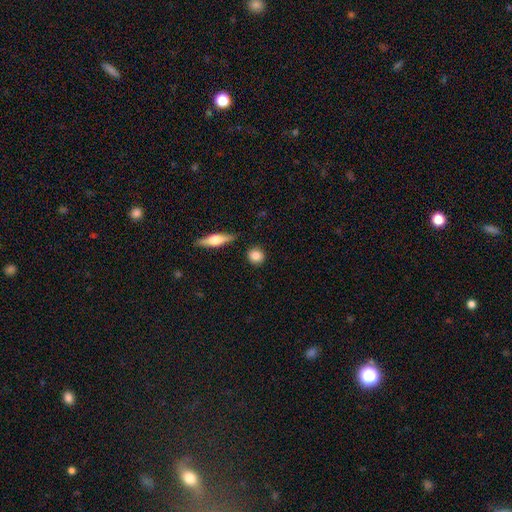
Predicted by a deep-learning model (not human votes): smooth_or_featured: smooth (p=0.83) [alt: featured or disk p=0.10]
how_rounded: round (p=0.86) [alt: in between p=0.11]
merging: none (p=0.87) [alt: minor disturbance p=0.08]